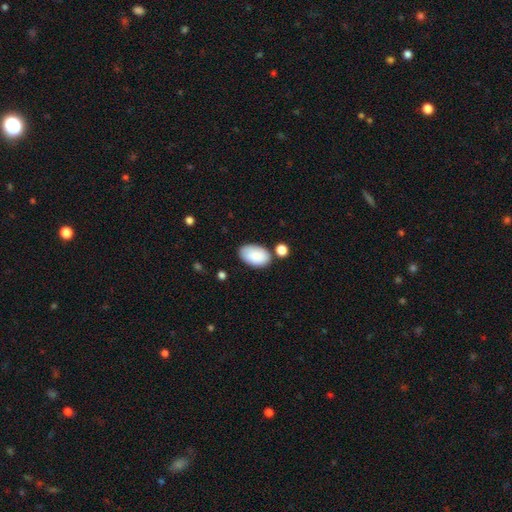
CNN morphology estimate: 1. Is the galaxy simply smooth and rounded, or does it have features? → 88% smooth, 6% star or artifact, 6% featured or disk.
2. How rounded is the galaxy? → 95% in between, 4% round, 1% cigar-shaped.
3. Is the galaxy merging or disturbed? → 73% none, 16% minor disturbance, 8% merger, 4% major disturbance.